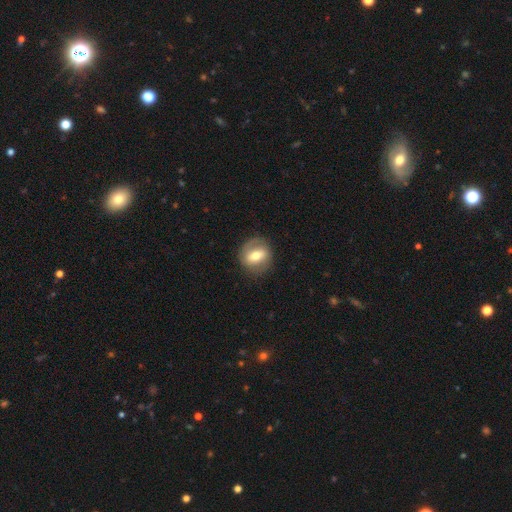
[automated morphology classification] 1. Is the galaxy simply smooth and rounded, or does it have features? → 47% smooth, 46% featured or disk, 7% star or artifact.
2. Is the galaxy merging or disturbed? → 81% none, 13% minor disturbance, 5% major disturbance, 1% merger.